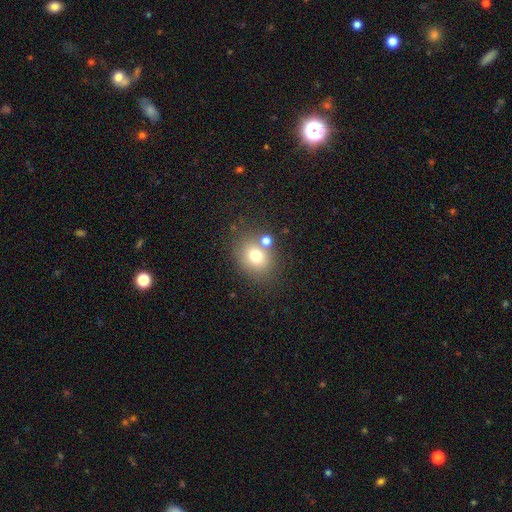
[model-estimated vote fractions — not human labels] This appears to be a smooth galaxy with no disk features (72%) that is round (63%). Merging: none (68%).